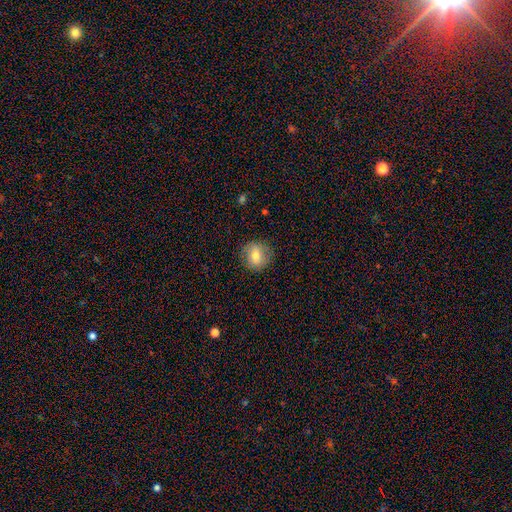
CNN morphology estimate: Smooth or featured?
  - smooth: 70% *
  - featured or disk: 21%
  - star or artifact: 9%
How rounded?
  - round: 84% *
  - in between: 15%
  - cigar-shaped: 1%
Merging?
  - none: 83% *
  - minor disturbance: 12%
  - major disturbance: 4%
  - merger: 1%